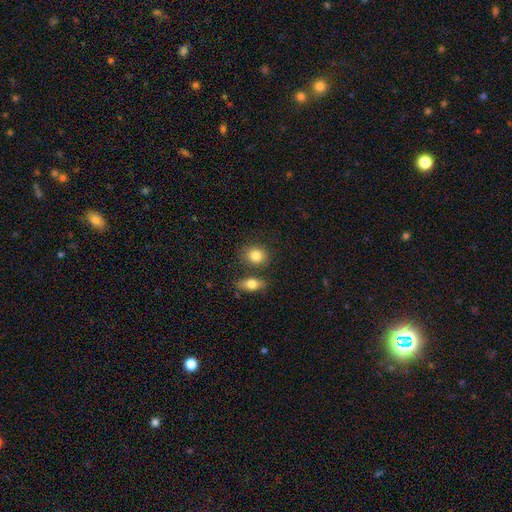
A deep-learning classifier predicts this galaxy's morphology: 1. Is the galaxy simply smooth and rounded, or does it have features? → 84% smooth, 8% star or artifact, 8% featured or disk.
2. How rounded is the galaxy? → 57% round, 41% in between, 2% cigar-shaped.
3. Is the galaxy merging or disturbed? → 71% none, 15% merger, 11% minor disturbance, 3% major disturbance.